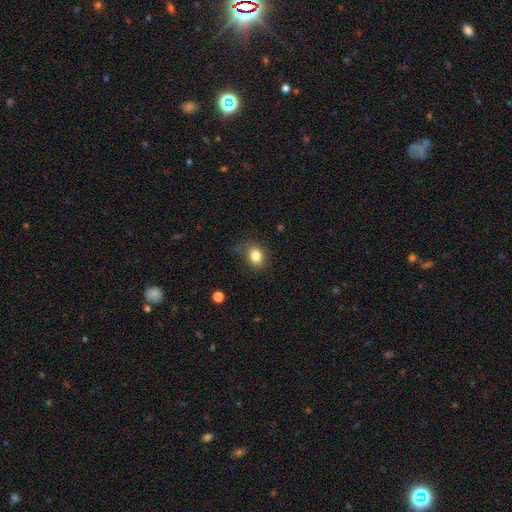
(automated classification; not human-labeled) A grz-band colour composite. It shows a smooth galaxy with no disk features (82%) that is in between round and cigar-shaped (57%). Merging: none (70%).